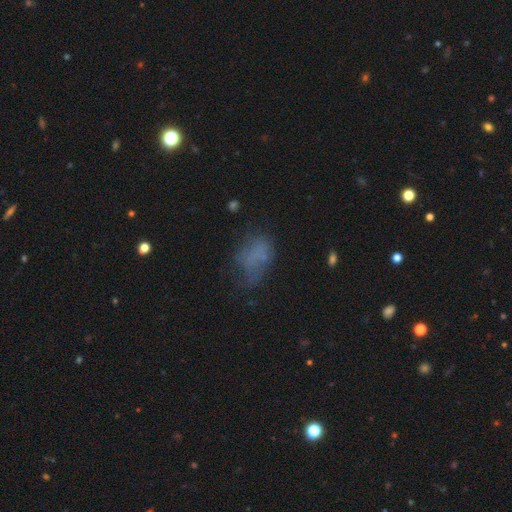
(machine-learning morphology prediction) smooth-or-featured: smooth: 56% | featured or disk: 25% | star or artifact: 19%
  how-rounded: in between: 81% | round: 16% | cigar-shaped: 3%
  merging: none: 40% | major disturbance: 30% | minor disturbance: 27% | merger: 4%